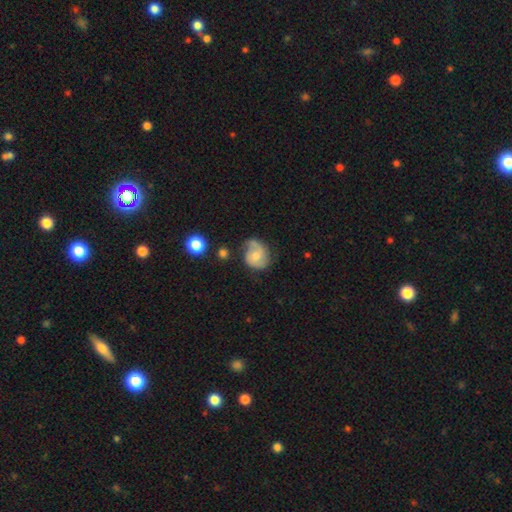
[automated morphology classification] smooth_or_featured: featured or disk (p=0.60) [alt: smooth p=0.33]
disk_edge_on: no (p=0.98) [alt: yes p=0.02]
bar: no (p=0.64) [alt: weak p=0.32]
has_spiral_arms: yes (p=0.86) [alt: no p=0.14]
spiral_winding: medium (p=0.44) [alt: tight p=0.33]
spiral_arm_count: 2 (p=0.67) [alt: 1 p=0.17]
bulge_size: moderate (p=0.55) [alt: small p=0.34]
merging: none (p=0.52) [alt: minor disturbance p=0.29]